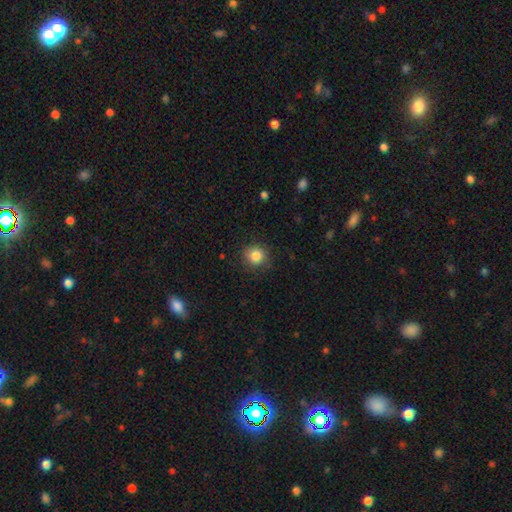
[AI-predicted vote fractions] smooth-or-featured: smooth: 85% | star or artifact: 10% | featured or disk: 5%
  how-rounded: round: 90% | in between: 9% | cigar-shaped: 1%
  merging: none: 84% | minor disturbance: 12% | major disturbance: 3% | merger: 1%